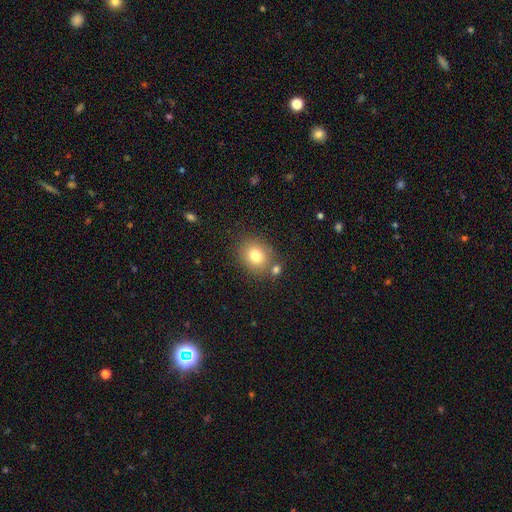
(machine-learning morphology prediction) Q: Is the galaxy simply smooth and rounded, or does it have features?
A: smooth — 79%.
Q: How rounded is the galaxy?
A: round — 66%.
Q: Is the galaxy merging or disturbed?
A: none — 74%.